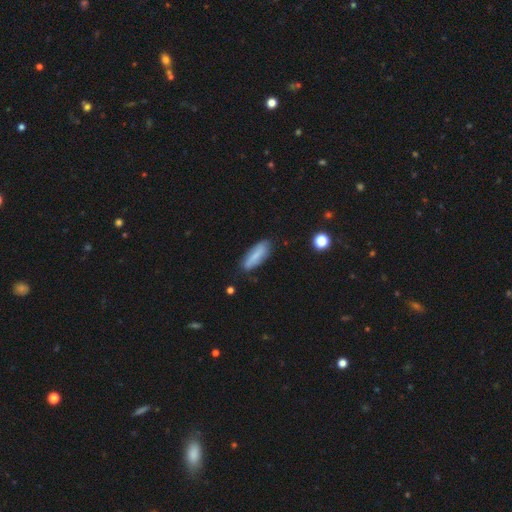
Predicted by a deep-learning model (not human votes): The model was most divided on "how rounded": in between: 50%, cigar-shaped: 48%, round: 2%. More confident: merging — none (77%); smooth or featured — smooth (71%).